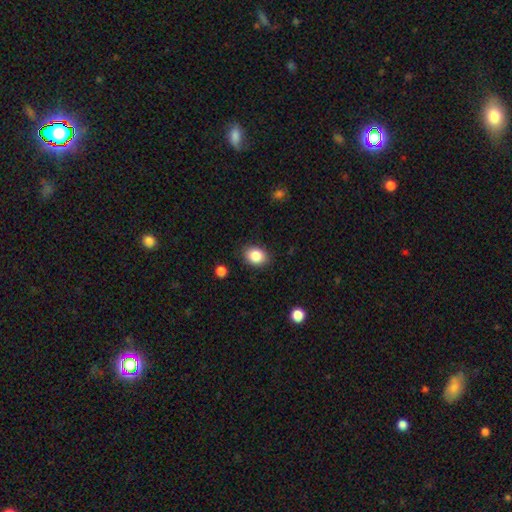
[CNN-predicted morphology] A smooth galaxy with no disk features (86%) that is in between round and cigar-shaped (60%).

Vote fractions:
- Smooth or featured? smooth: 86% / star or artifact: 9% / featured or disk: 5%
- How rounded? in between: 60% / round: 39% / cigar-shaped: 1%
- Merging? none: 87% / minor disturbance: 10% / major disturbance: 2% / merger: 1%